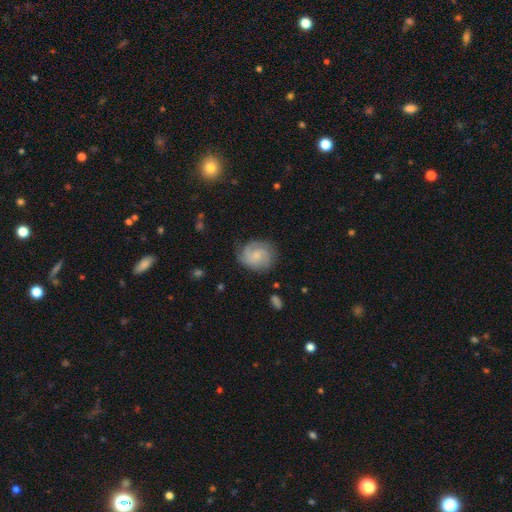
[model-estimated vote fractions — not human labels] Smooth or featured? Predicted: featured or disk (p=0.62). Edge-on disk? Predicted: no (p=0.98). Bar? Predicted: no (p=0.66). Spiral arms? Predicted: yes (p=0.93). Spiral winding? Predicted: tight (p=0.47). Spiral arm count? Predicted: 2 (p=0.38). Bulge size? Predicted: small (p=0.55). Merging? Predicted: none (p=0.74).